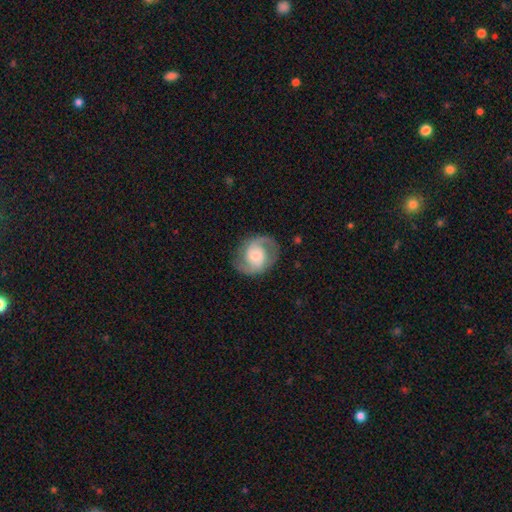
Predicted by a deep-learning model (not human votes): This appears to be a featured or disk galaxy (78%) with no bar (58%), 2 (89%) medium (53%) spiral arms (94%) and a moderate central bulge (40%). Merging: none (79%).